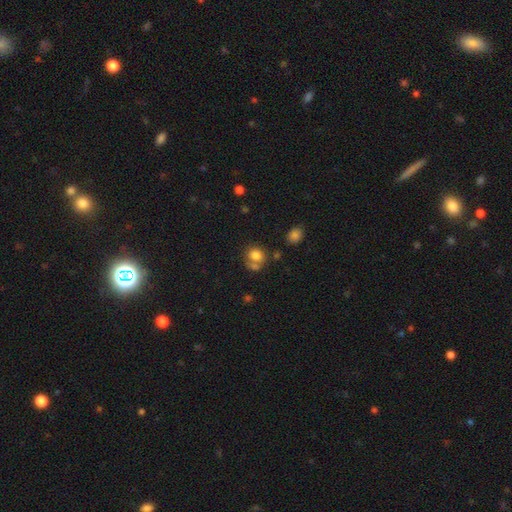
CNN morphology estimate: A smooth galaxy with no disk features (79%) that is round (70%).

Vote fractions:
- Smooth or featured? smooth: 79% / star or artifact: 11% / featured or disk: 10%
- How rounded? round: 70% / in between: 29% / cigar-shaped: 1%
- Merging? none: 50% / merger: 31% / minor disturbance: 13% / major disturbance: 6%